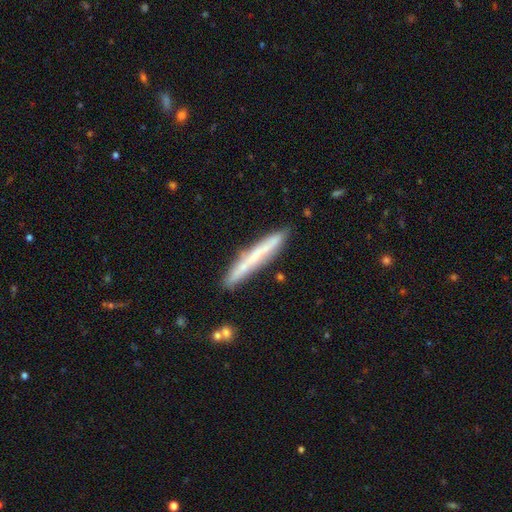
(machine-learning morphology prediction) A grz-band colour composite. It shows a smooth galaxy with no disk features (50%). Merging: none (83%).